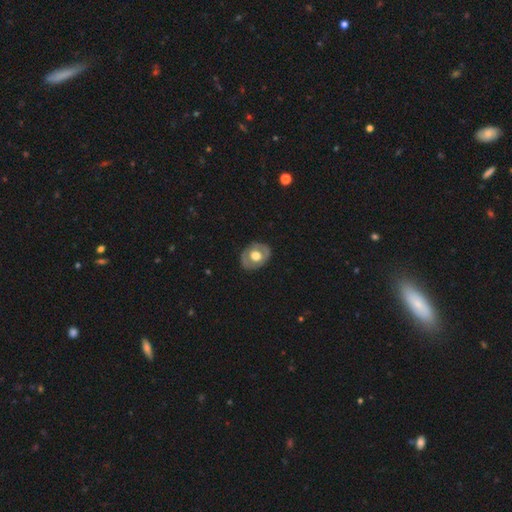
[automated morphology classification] Smooth or featured? featured or disk (51%)
Edge-on disk? no (93%)
Merging? none (82%)